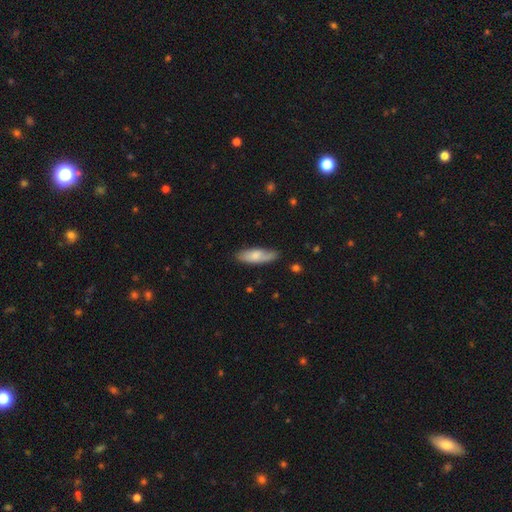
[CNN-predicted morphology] This appears to be a smooth galaxy with no disk features (70%) that is in between round and cigar-shaped (57%). Merging: none (68%).